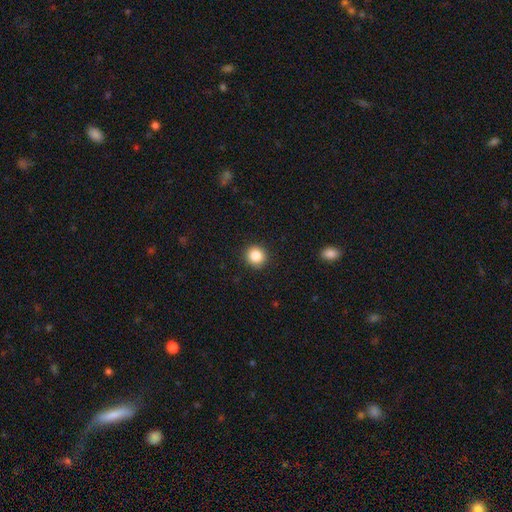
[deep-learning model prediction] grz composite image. It shows a smooth galaxy with no disk features (86%) that is round (93%). Merging: none (92%).